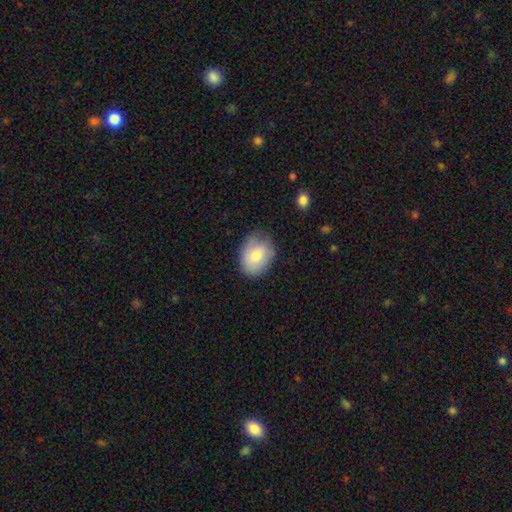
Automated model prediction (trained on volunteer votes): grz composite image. It shows a smooth galaxy with no disk features (78%) that is in between round and cigar-shaped (69%). Merging: none (72%).